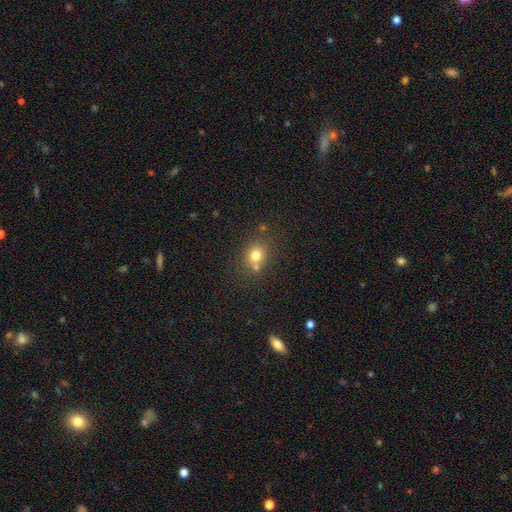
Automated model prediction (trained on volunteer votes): This appears to be a smooth galaxy with no disk features (76%) that is round (71%). Merging: none (64%).